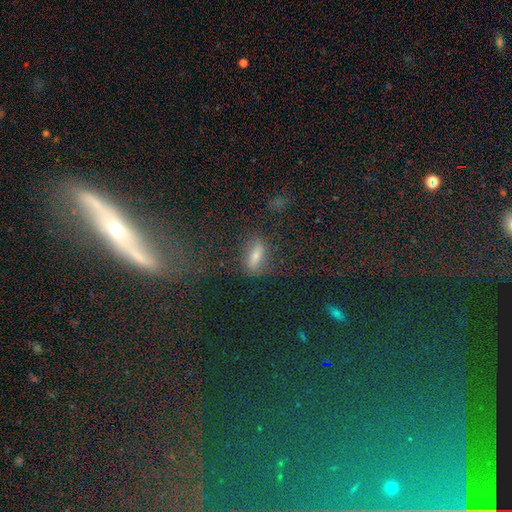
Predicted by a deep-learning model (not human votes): Q: Smooth or featured?
A: smooth (54%); runner-up: star or artifact (27%)
Q: How rounded?
A: in between (55%); runner-up: cigar-shaped (31%)
Q: Merging?
A: none (72%); runner-up: minor disturbance (15%)